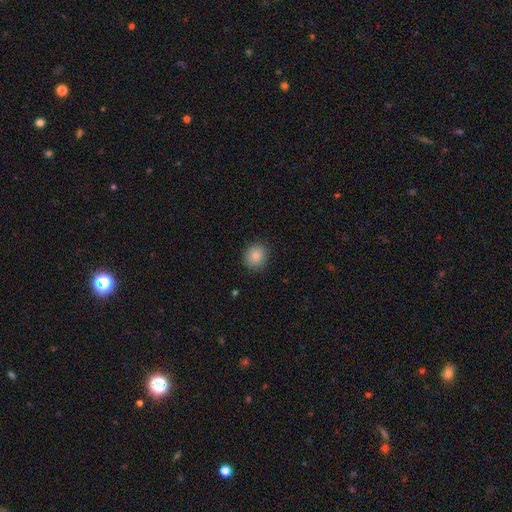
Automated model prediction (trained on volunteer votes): The model was most divided on "how rounded": round: 82%, in between: 17%, cigar-shaped: 1%. More confident: merging — none (87%); smooth or featured — smooth (83%).